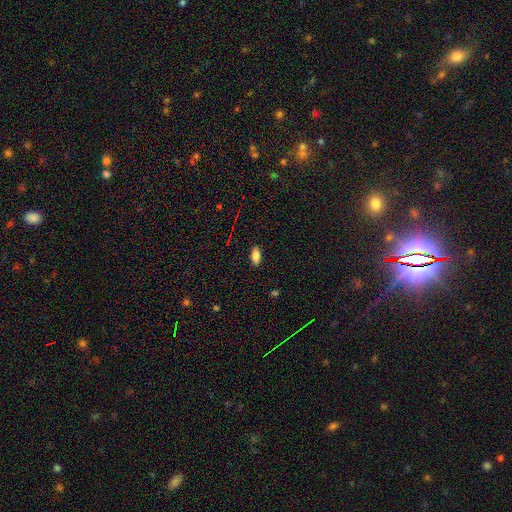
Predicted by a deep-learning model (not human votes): smooth-or-featured: smooth: 83% | star or artifact: 9% | featured or disk: 8%
  how-rounded: in between: 87% | cigar-shaped: 11% | round: 3%
  merging: none: 88% | minor disturbance: 9% | major disturbance: 2% | merger: 1%